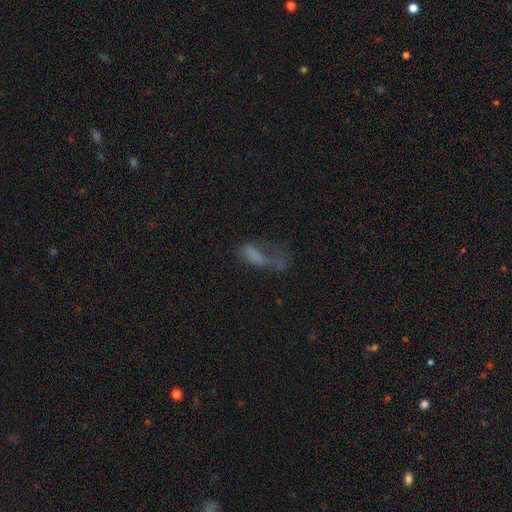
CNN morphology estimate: Smooth or featured?
  - smooth: 55% *
  - featured or disk: 28%
  - star or artifact: 18%
How rounded?
  - in between: 67% *
  - cigar-shaped: 28%
  - round: 5%
Merging?
  - major disturbance: 52% *
  - none: 23%
  - minor disturbance: 17%
  - merger: 8%